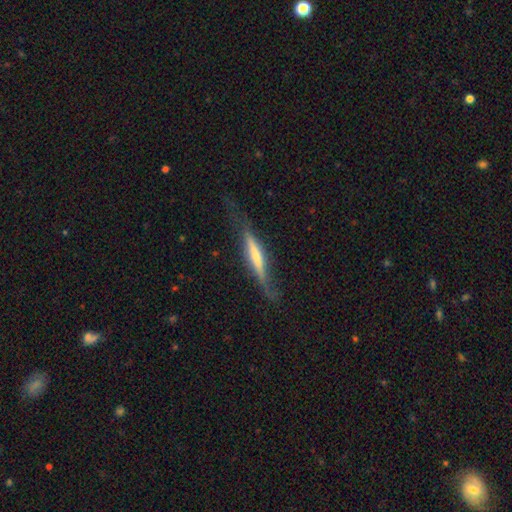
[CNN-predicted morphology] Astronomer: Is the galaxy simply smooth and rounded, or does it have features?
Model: featured or disk — 63%.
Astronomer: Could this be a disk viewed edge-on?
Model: yes — 86%.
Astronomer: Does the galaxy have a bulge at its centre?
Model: rounded — 50% (runner-up: none, 32%).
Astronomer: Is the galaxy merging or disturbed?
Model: none — 56%.